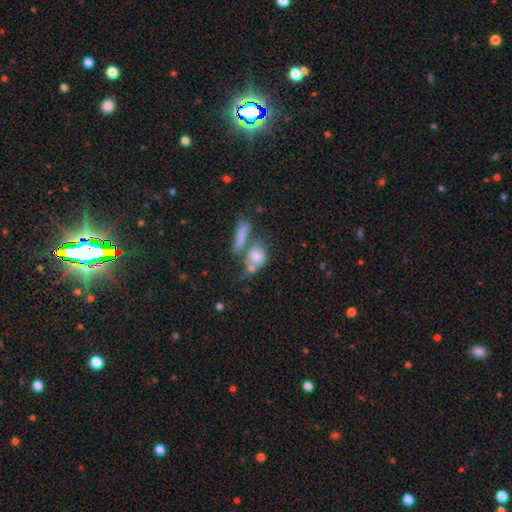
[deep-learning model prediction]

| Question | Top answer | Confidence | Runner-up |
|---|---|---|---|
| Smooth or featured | smooth | 69% | featured or disk (20%) |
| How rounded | in between | 50% | round (36%) |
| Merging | merger | 43% | none (33%) |